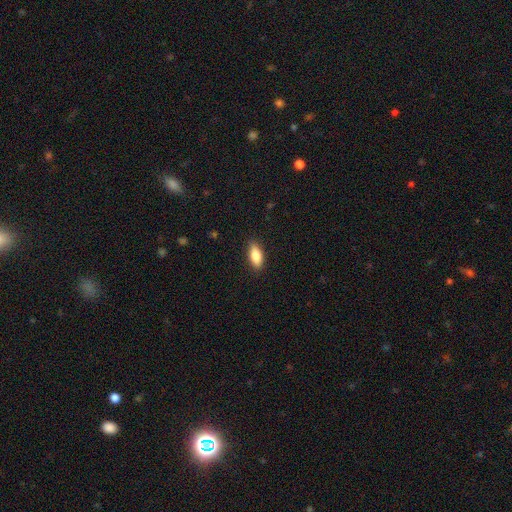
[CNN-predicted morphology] This appears to be a smooth galaxy with no disk features (82%) that is in between round and cigar-shaped (81%). Merging: none (86%).